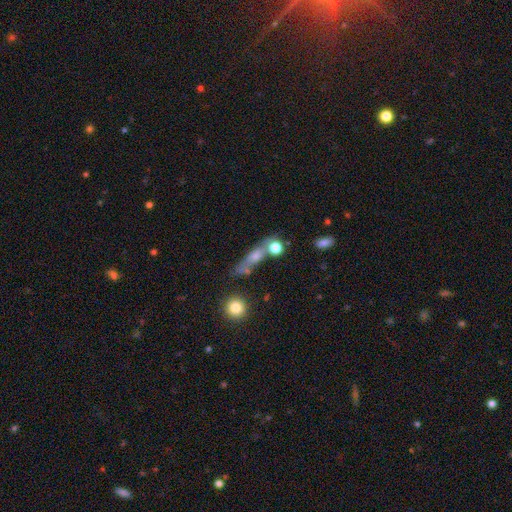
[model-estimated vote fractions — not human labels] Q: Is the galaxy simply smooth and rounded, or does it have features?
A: smooth — 49%.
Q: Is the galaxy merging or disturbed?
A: none — 48%.